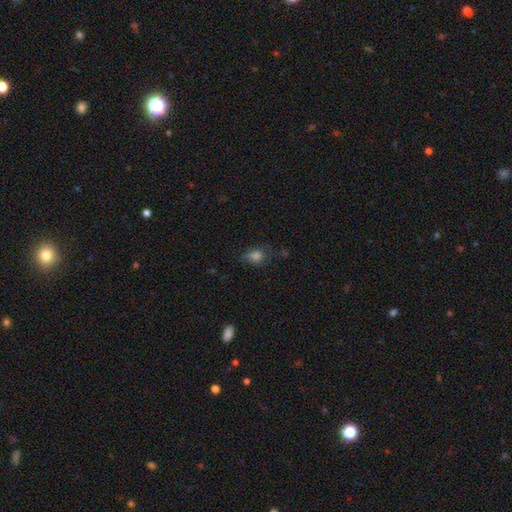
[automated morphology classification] type=smooth (71%); roundness=in between (54%); merging=none (54%).